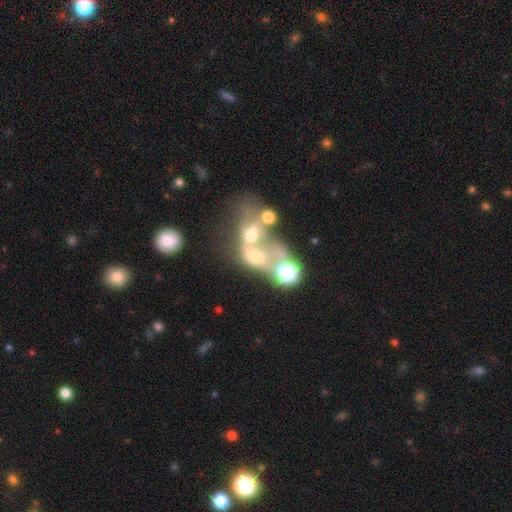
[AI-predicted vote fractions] Morphology: type=featured or disk (40%); merging=merger (63%).